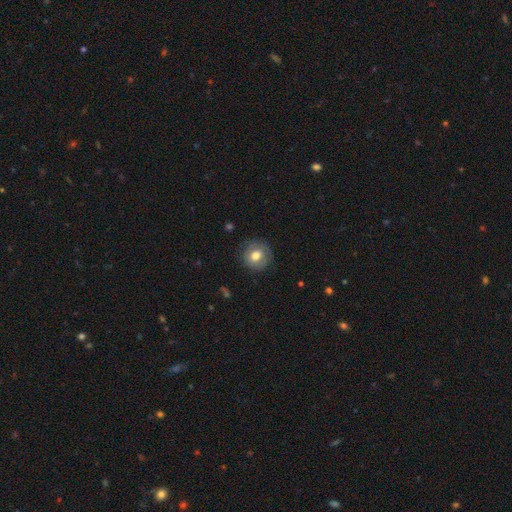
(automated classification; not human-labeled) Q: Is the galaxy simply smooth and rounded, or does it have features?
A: smooth — 63%.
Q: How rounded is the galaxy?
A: round — 88%.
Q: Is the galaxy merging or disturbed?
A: none — 82%.